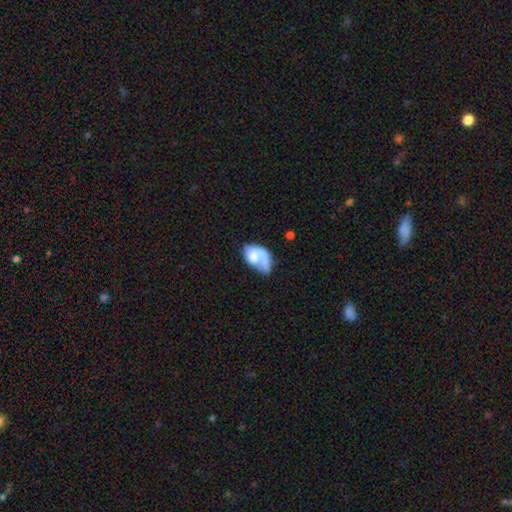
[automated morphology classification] Overall: smooth (47%; featured or disk 46%). Merging: major disturbance (39%; none 26%).